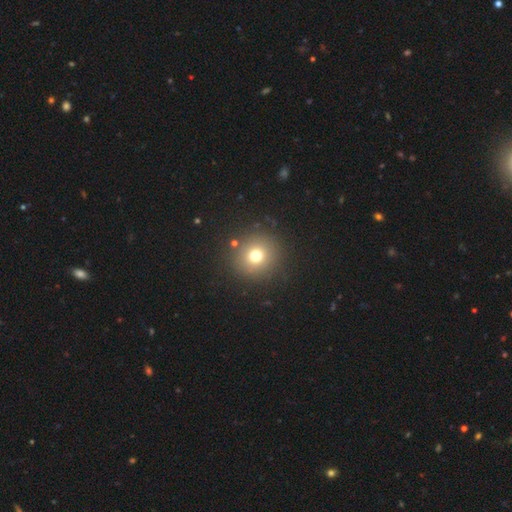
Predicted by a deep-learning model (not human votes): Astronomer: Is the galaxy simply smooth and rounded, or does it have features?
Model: smooth — 71%.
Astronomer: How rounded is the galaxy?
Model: round — 93%.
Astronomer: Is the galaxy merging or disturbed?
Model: none — 87%.